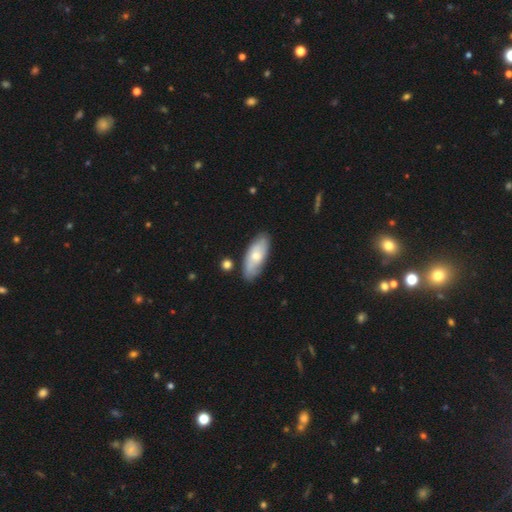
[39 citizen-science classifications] Overall: smooth (54%; featured or disk 38%). How rounded: in between (81%). Merging: none (75%).